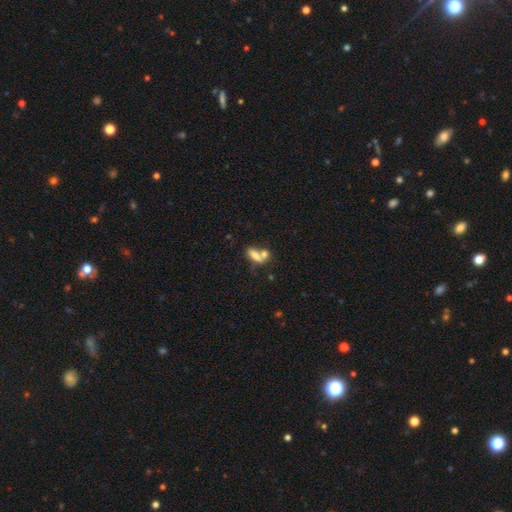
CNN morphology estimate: A smooth galaxy with no disk features (72%) that is in between round and cigar-shaped (73%). Merging: merger (54%).